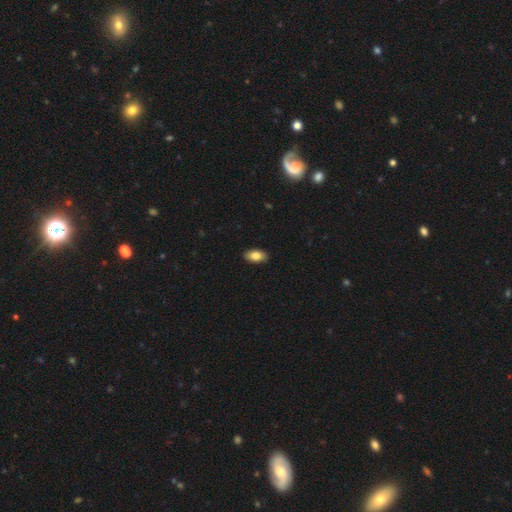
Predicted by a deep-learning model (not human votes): Smooth or featured: smooth — 84% (featured or disk — 9%)
How rounded: in between — 93% (round — 5%)
Merging: none — 89% (minor disturbance — 8%)